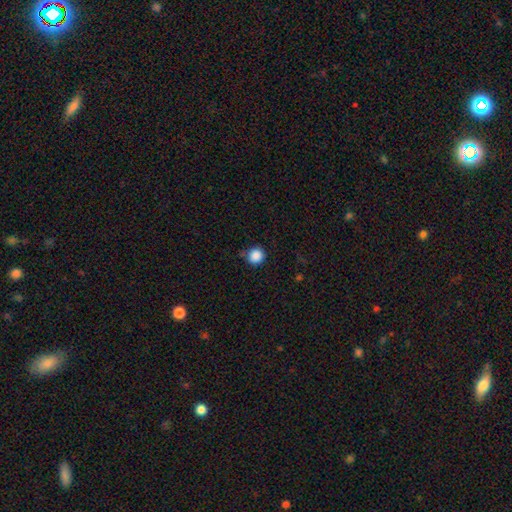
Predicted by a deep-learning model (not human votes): A smooth galaxy with no disk features (87%) that is round (94%). Merging: none (84%).